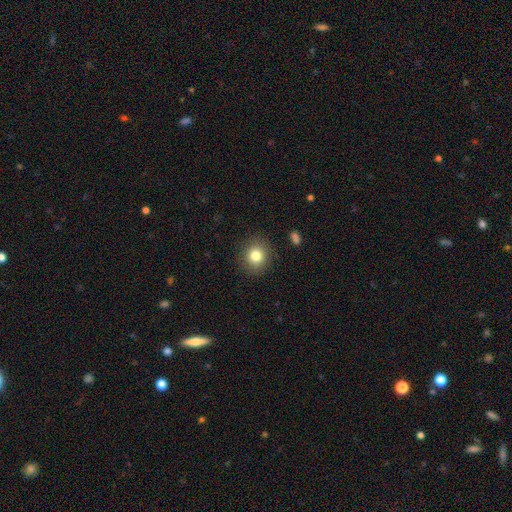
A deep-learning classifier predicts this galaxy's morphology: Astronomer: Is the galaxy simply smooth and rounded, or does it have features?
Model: smooth — 81%.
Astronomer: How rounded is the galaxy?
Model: round — 82%.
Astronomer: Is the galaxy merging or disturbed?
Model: none — 88%.